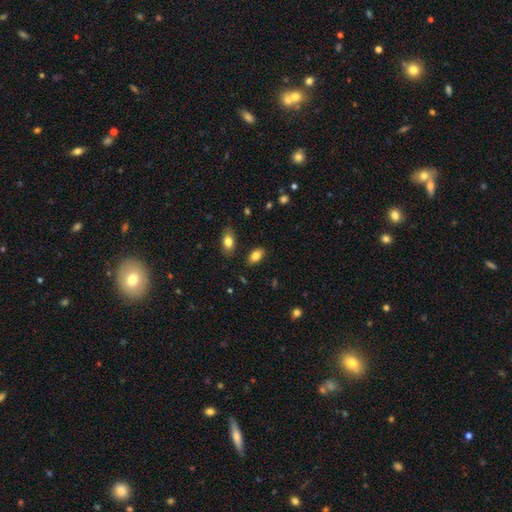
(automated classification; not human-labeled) Smooth or featured? smooth (82%)
How rounded? in between (91%)
Merging? none (84%)